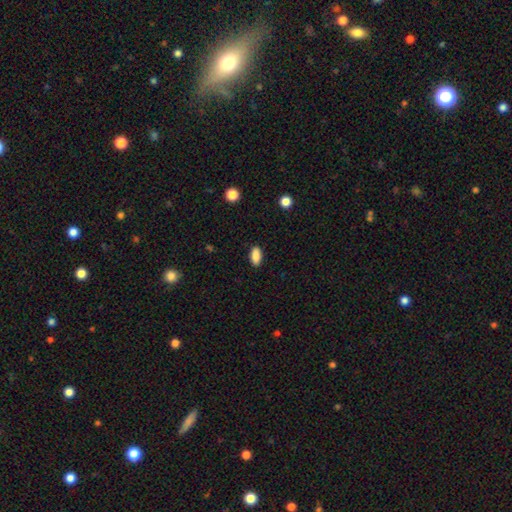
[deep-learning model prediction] Smooth or featured? smooth (87%)
How rounded? in between (89%)
Merging? none (88%)